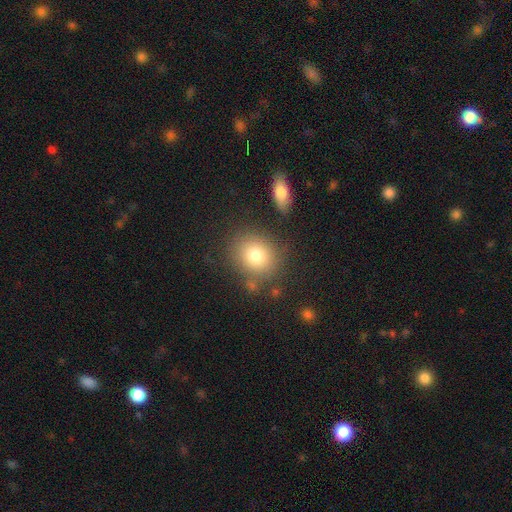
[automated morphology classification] type=smooth (78%); roundness=round (74%); merging=none (79%).